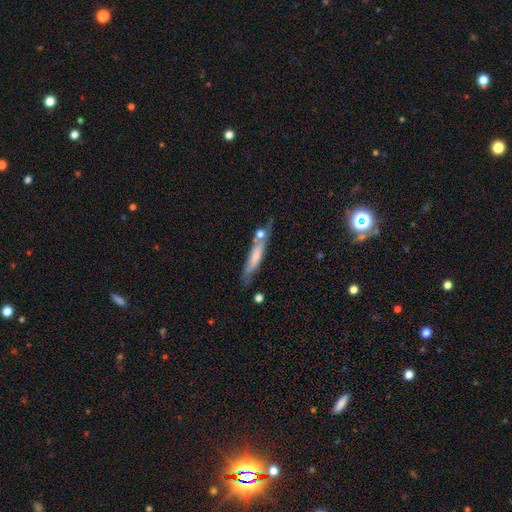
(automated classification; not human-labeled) Smooth or featured?
  - smooth: 56% *
  - featured or disk: 37%
  - star or artifact: 7%
How rounded?
  - cigar-shaped: 88% *
  - in between: 11%
  - round: 2%
Merging?
  - none: 57% *
  - minor disturbance: 21%
  - merger: 15%
  - major disturbance: 7%